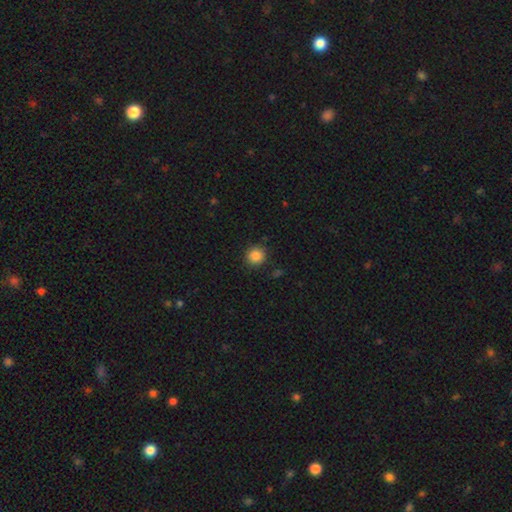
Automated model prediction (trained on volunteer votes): Smooth or featured? Predicted: smooth (p=0.86). How rounded? Predicted: round (p=0.91). Merging? Predicted: none (p=0.88).